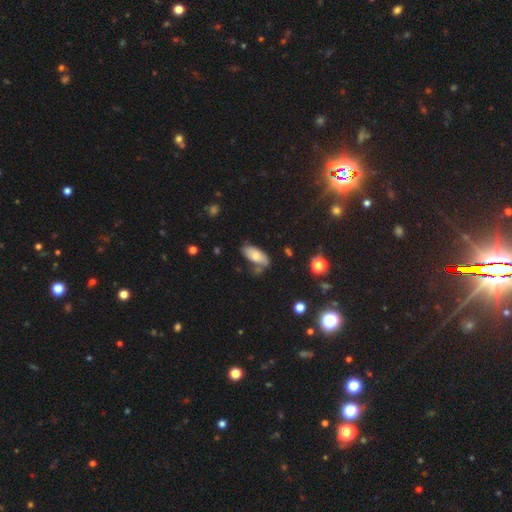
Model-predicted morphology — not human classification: Smooth or featured: smooth — 70% (featured or disk — 23%)
How rounded: in between — 87% (cigar-shaped — 10%)
Merging: none — 56% (minor disturbance — 27%)